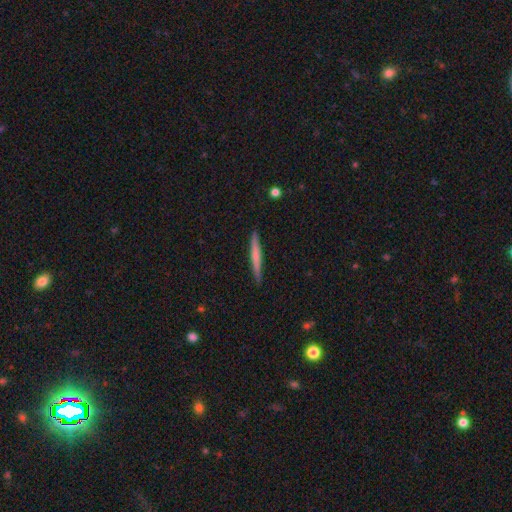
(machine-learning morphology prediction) Smooth or featured?
  - smooth: 53% *
  - featured or disk: 41%
  - star or artifact: 6%
How rounded?
  - cigar-shaped: 96% *
  - in between: 2%
  - round: 2%
Merging?
  - none: 91% *
  - minor disturbance: 7%
  - major disturbance: 1%
  - merger: 1%